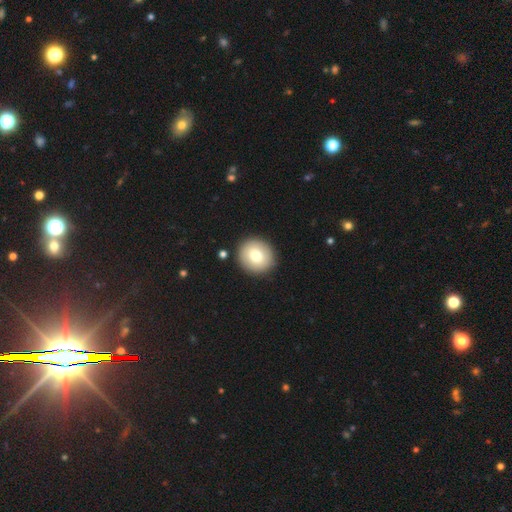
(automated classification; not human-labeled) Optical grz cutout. It shows a smooth galaxy with no disk features (77%) that is round (89%). Merging: none (90%).